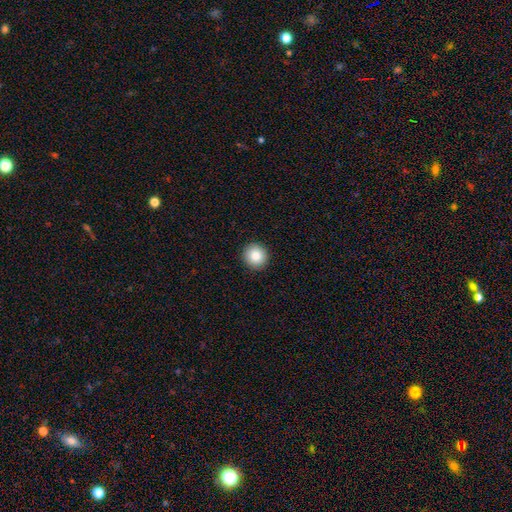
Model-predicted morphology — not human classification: Smooth or featured: smooth — 85% (star or artifact — 9%)
How rounded: round — 91% (in between — 8%)
Merging: none — 92% (minor disturbance — 5%)